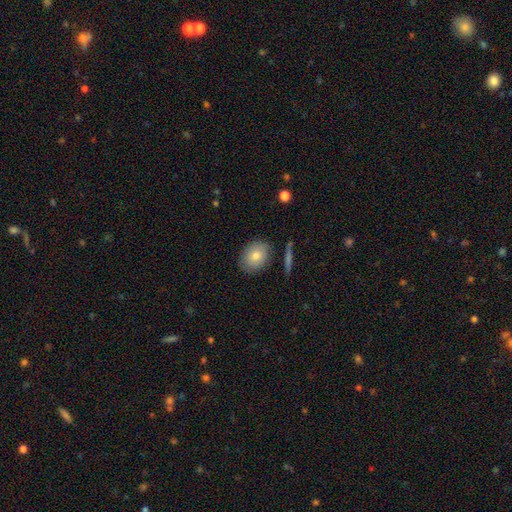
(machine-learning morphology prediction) Smooth or featured? smooth (76%)
How rounded? in between (66%)
Merging? none (83%)